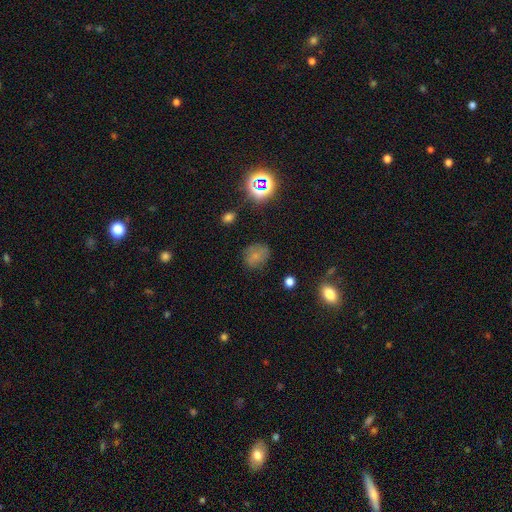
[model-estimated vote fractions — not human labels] Overall: smooth (65%). How rounded: round (65%; in between 34%). Merging: none (71%).